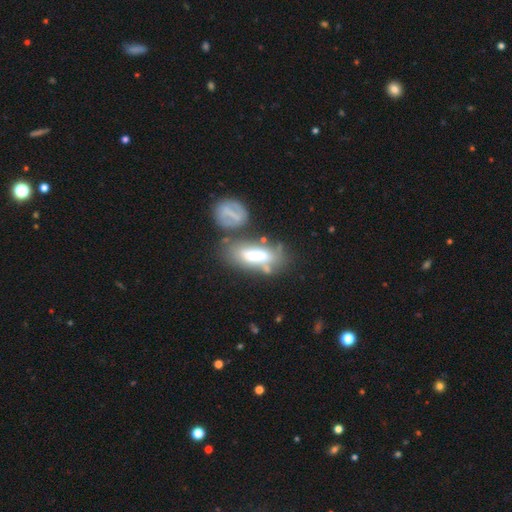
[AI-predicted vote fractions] Smooth or featured? smooth (54%)
How rounded? in between (67%)
Merging? none (41%)